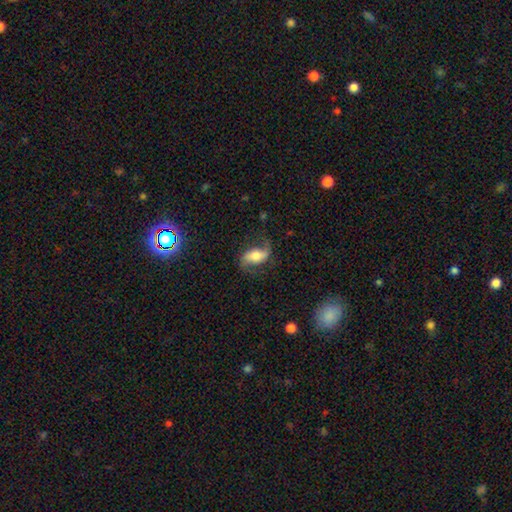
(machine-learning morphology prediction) type=featured or disk (59%); edge-on=no (92%); bar=no (40%); spiral arms=yes (89%); bulge=moderate (48%); merging=none (66%).